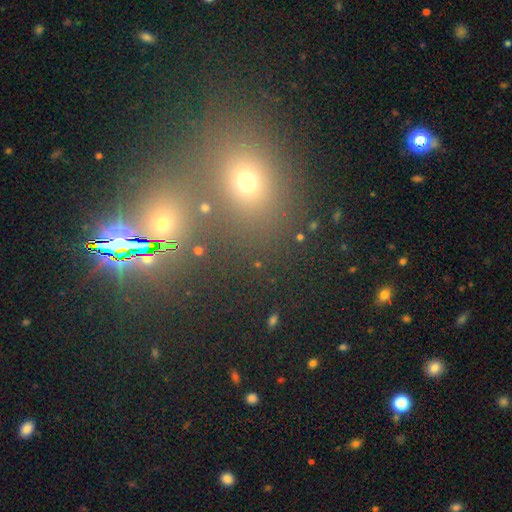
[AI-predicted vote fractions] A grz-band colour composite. It shows a star or artifact, not a galaxy (52%).